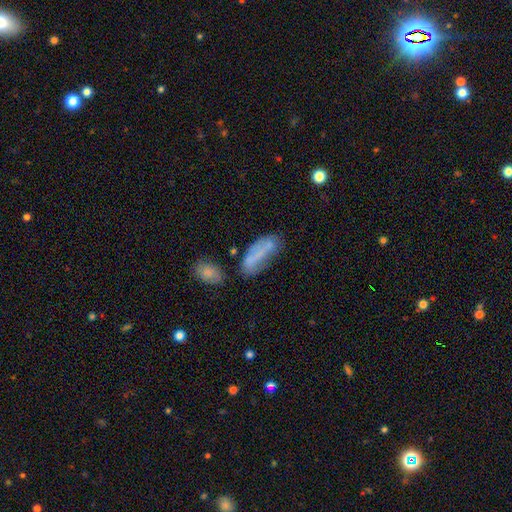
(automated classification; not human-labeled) smooth_or_featured: smooth (p=0.63) [alt: featured or disk p=0.27]
how_rounded: in between (p=0.63) [alt: cigar-shaped p=0.34]
merging: none (p=0.43) [alt: minor disturbance p=0.26]